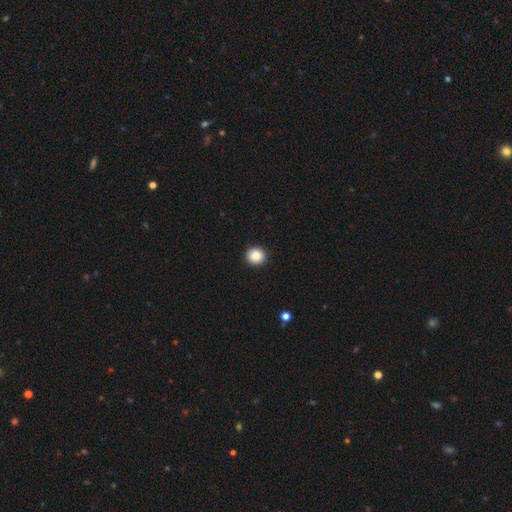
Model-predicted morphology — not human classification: Smooth or featured? Predicted: smooth (p=0.88). How rounded? Predicted: round (p=0.87). Merging? Predicted: none (p=0.92).